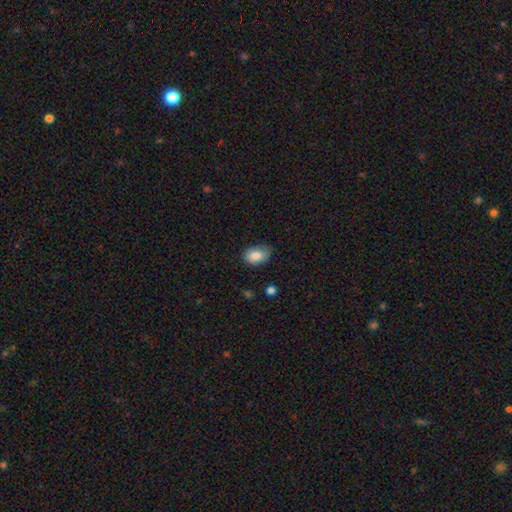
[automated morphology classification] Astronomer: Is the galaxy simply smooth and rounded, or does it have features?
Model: smooth — 84%.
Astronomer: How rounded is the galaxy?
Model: in between — 81%.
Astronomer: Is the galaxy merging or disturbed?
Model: none — 71%.